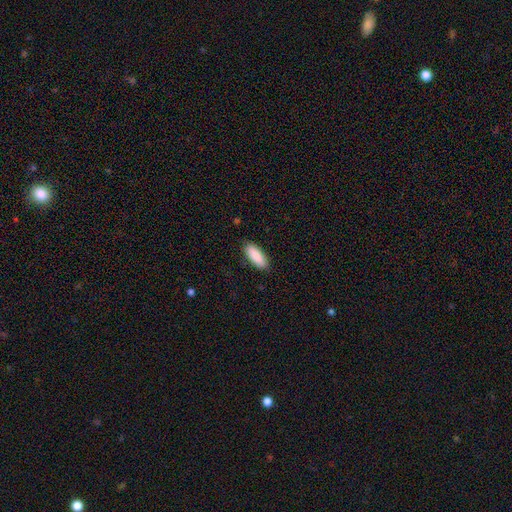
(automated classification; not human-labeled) Morphology: type=smooth (89%); roundness=in between (70%); merging=none (88%).